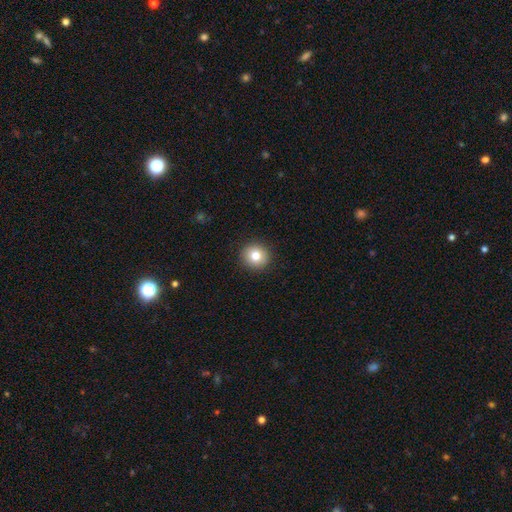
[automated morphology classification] type=smooth (80%); roundness=round (92%); merging=none (92%).